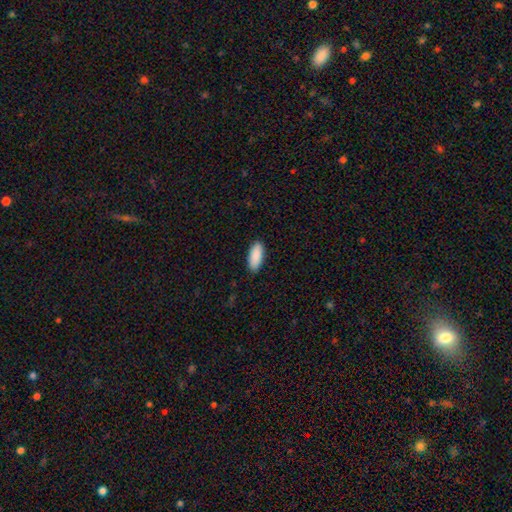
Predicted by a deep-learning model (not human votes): The model was most divided on "how rounded": in between: 84%, cigar-shaped: 15%, round: 2%. More confident: smooth or featured — smooth (91%); merging — none (90%).